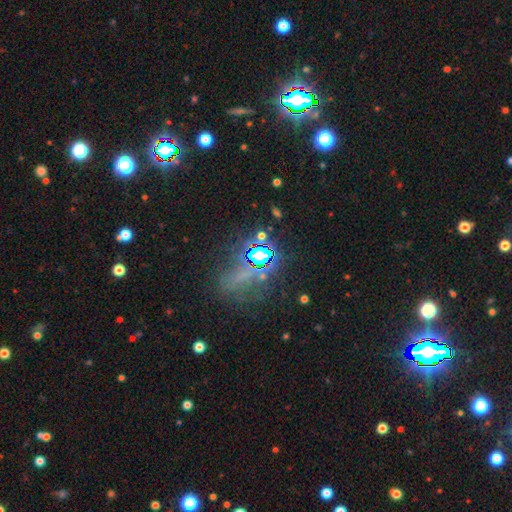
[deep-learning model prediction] Smooth or featured?
  - star or artifact: 68% *
  - smooth: 21%
  - featured or disk: 11%